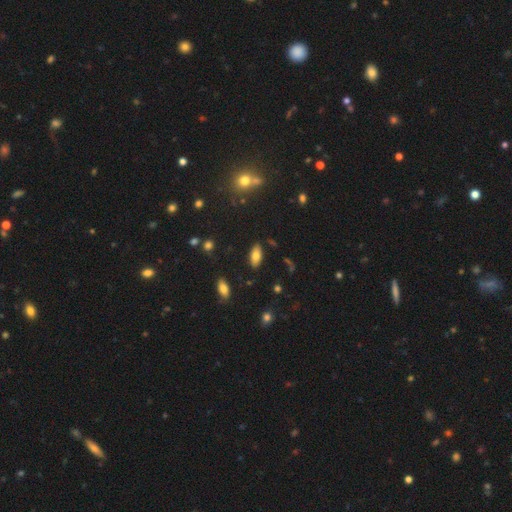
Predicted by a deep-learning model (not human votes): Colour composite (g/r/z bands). It shows a smooth galaxy with no disk features (75%) that is in between round and cigar-shaped (89%). Merging: none (85%).